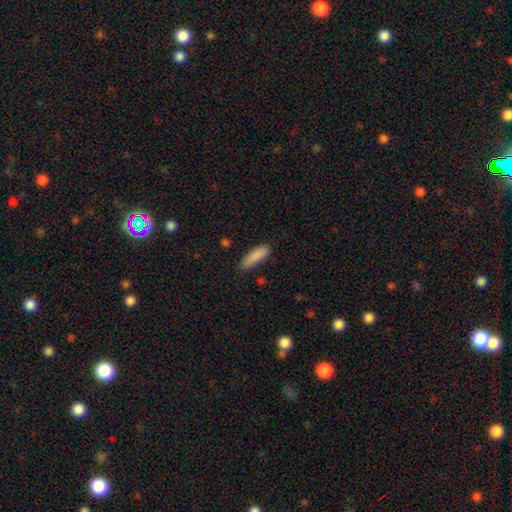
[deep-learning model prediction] A smooth galaxy with no disk features (88%) that is cigar-shaped (57%).

Vote fractions:
- Smooth or featured? smooth: 88% / star or artifact: 6% / featured or disk: 6%
- How rounded? cigar-shaped: 57% / in between: 41% / round: 2%
- Merging? none: 81% / minor disturbance: 15% / major disturbance: 3% / merger: 2%